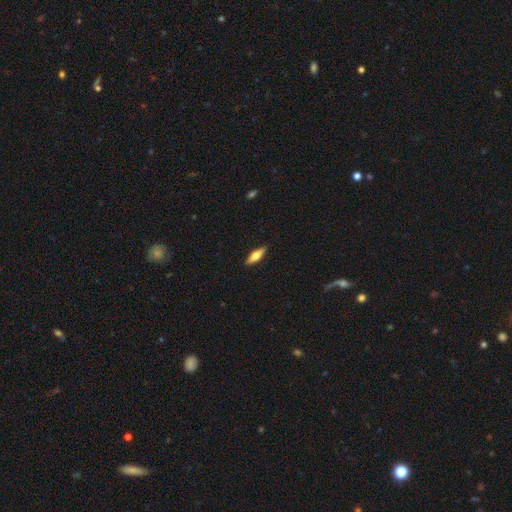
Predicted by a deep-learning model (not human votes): Q: Smooth or featured?
A: smooth (47%); tied with: featured or disk (47%)
Q: Merging?
A: none (89%); runner-up: minor disturbance (8%)